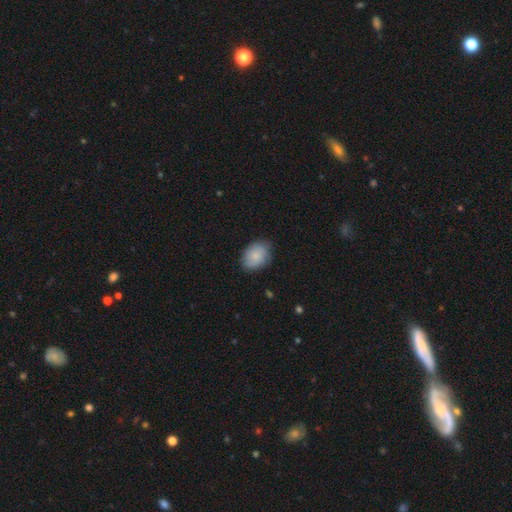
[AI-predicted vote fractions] smooth_or_featured: smooth (p=0.82) [alt: featured or disk p=0.11]
how_rounded: in between (p=0.76) [alt: round p=0.23]
merging: none (p=0.75) [alt: minor disturbance p=0.20]